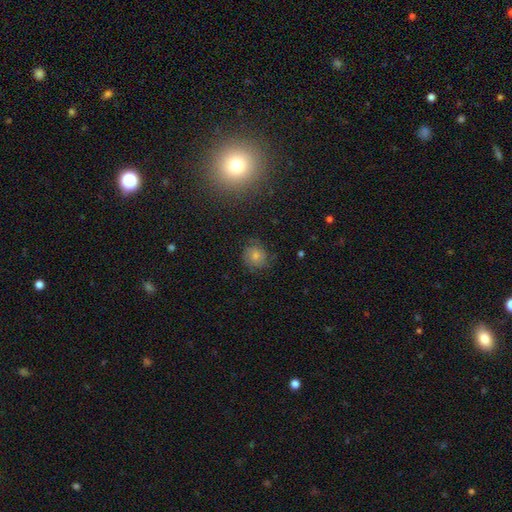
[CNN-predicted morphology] A smooth galaxy with no disk features (51%) that is round (81%). Merging: none (71%).